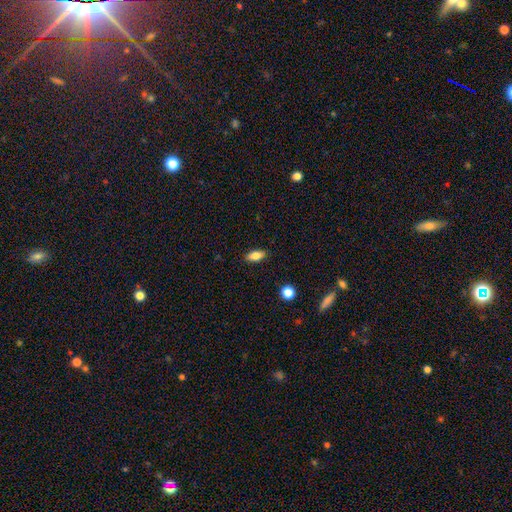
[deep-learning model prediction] The model was most divided on "smooth or featured": smooth: 80%, featured or disk: 12%, star or artifact: 8%. More confident: merging — none (88%); how rounded — in between (85%).